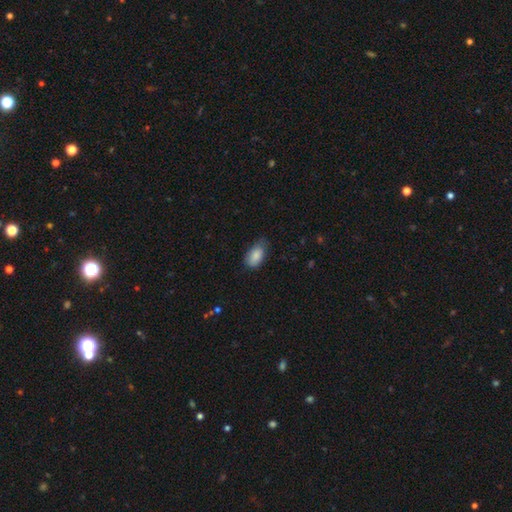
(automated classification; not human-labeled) Smooth or featured?
  - smooth: 86% *
  - featured or disk: 7%
  - star or artifact: 7%
How rounded?
  - in between: 93% *
  - round: 4%
  - cigar-shaped: 2%
Merging?
  - none: 59% *
  - minor disturbance: 34%
  - major disturbance: 6%
  - merger: 1%